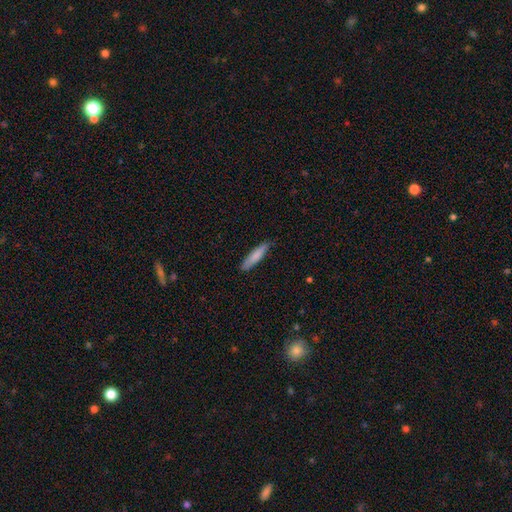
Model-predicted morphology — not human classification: smooth-or-featured: smooth: 81% | featured or disk: 14% | star or artifact: 5%
  how-rounded: cigar-shaped: 83% | in between: 16% | round: 1%
  merging: none: 82% | minor disturbance: 15% | major disturbance: 2% | merger: 1%